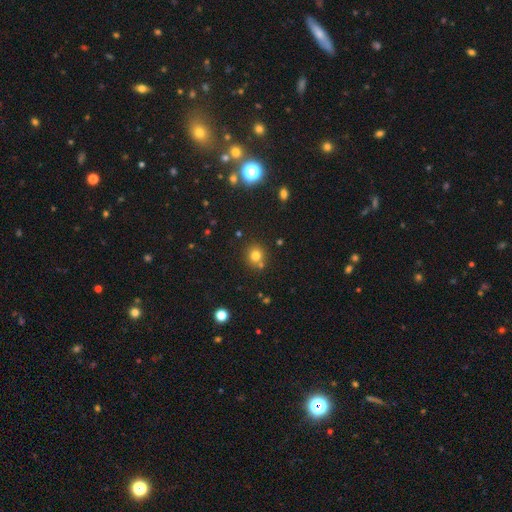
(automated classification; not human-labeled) smooth 77%, star or artifact 15%, featured or disk 8%. Down the decision tree: how rounded — round (87%); merging — none (74%).